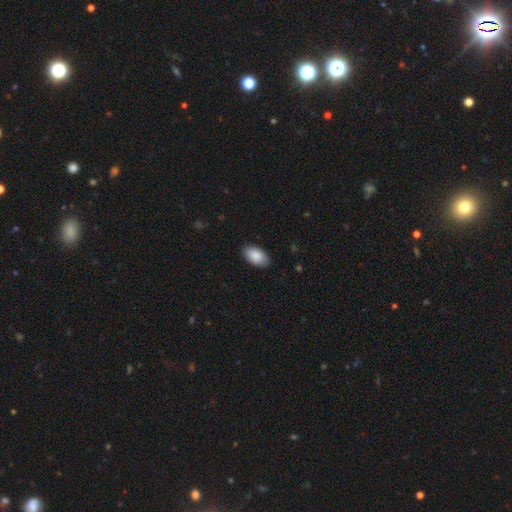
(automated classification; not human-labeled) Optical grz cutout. It shows a smooth galaxy with no disk features (88%) that is in between round and cigar-shaped (95%). Merging: none (88%).